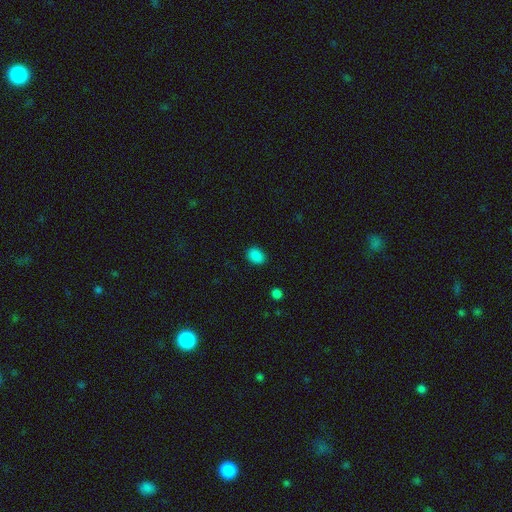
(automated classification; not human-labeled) Q: Smooth or featured?
A: smooth (86%); runner-up: star or artifact (11%)
Q: How rounded?
A: in between (69%); runner-up: round (30%)
Q: Merging?
A: none (87%); runner-up: minor disturbance (9%)